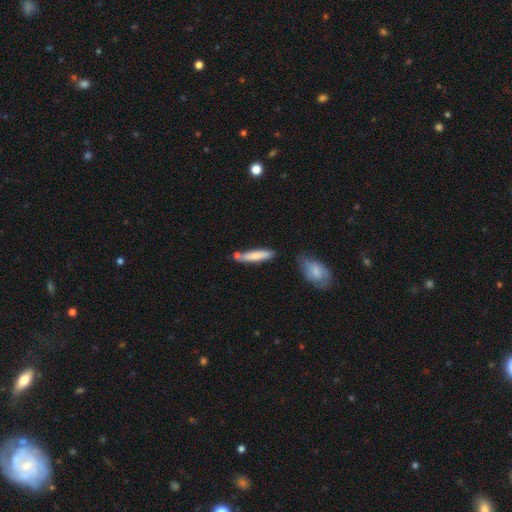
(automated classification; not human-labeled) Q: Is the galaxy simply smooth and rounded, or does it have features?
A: smooth — 74%.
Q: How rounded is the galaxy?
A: cigar-shaped — 82%.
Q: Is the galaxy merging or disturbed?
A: none — 63%.